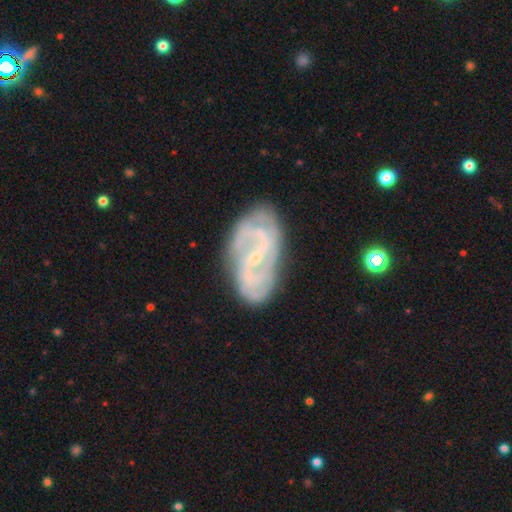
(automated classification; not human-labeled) smooth-or-featured: featured or disk: 82% | smooth: 11% | star or artifact: 7%
  disk-edge-on: no: 95% | yes: 5%
    bar: weak: 45% | strong: 31% | no: 23%
    has-spiral-arms: yes: 88% | no: 12%
      spiral-winding: medium: 42% | tight: 35% | loose: 23%
      spiral-arm-count: 2: 59% | can't tell: 22% | 3: 8% | 4: 4% | 1: 4% | more than 4: 3%
    bulge-size: small: 76% | moderate: 15% | none: 7% | large: 1% | dominant: 1%
  merging: none: 74% | minor disturbance: 17% | major disturbance: 7% | merger: 2%